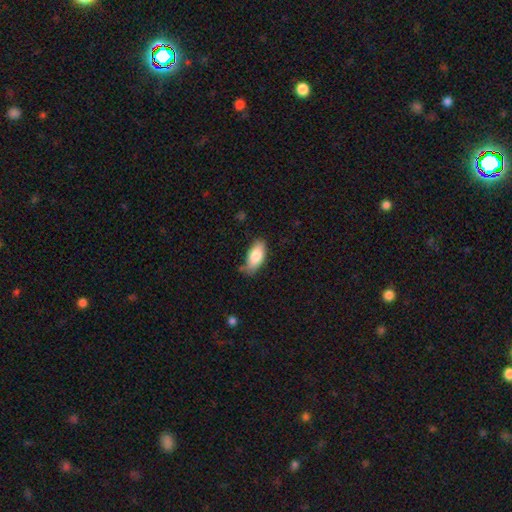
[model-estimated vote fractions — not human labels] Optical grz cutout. It shows a smooth galaxy with no disk features (82%) that is in between round and cigar-shaped (88%). Merging: none (73%).